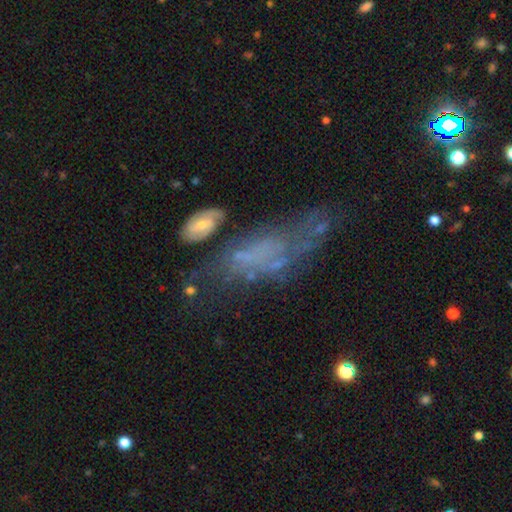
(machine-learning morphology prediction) smooth_or_featured: featured or disk (p=0.49) [alt: smooth p=0.33]
merging: major disturbance (p=0.35) [alt: none p=0.30]